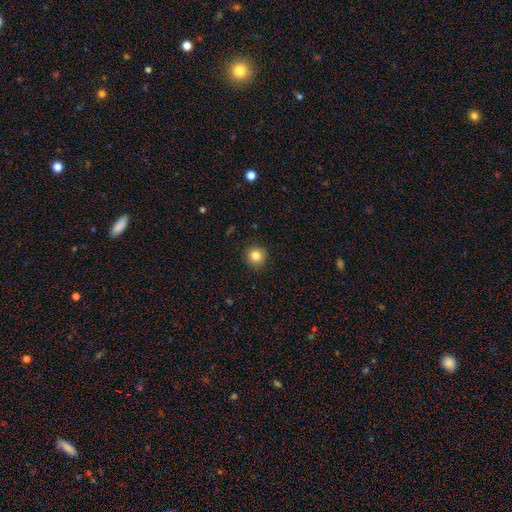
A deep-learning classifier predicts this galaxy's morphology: This is clearly a smooth galaxy (84%). How rounded: clearly round (93%). Merging: clearly none (91%).